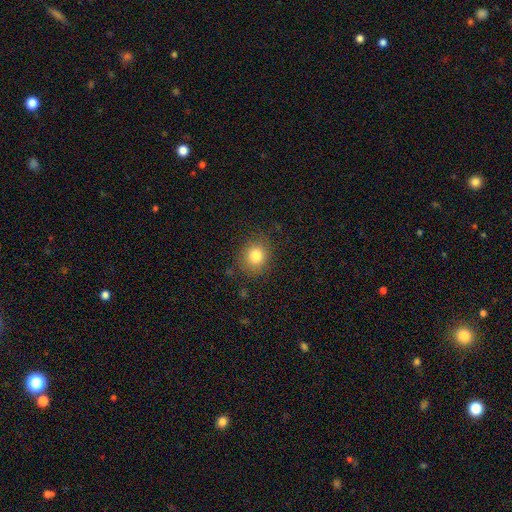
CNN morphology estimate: smooth-or-featured: smooth: 82% | star or artifact: 11% | featured or disk: 7%
  how-rounded: round: 76% | in between: 23% | cigar-shaped: 1%
  merging: none: 84% | minor disturbance: 11% | major disturbance: 4% | merger: 1%